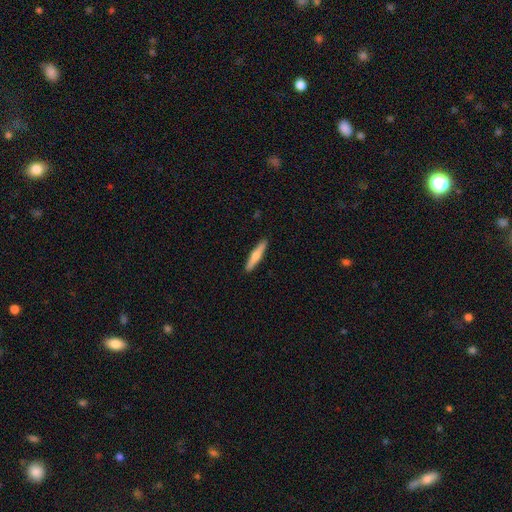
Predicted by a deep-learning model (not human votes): Smooth or featured? Predicted: smooth (p=0.55). How rounded? Predicted: cigar-shaped (p=0.89). Merging? Predicted: none (p=0.91).